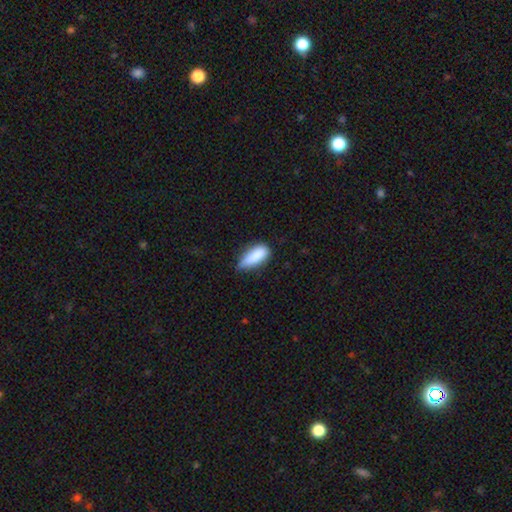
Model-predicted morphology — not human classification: This appears to be a smooth galaxy with no disk features (86%) that is in between round and cigar-shaped (74%). Merging: none (51%).